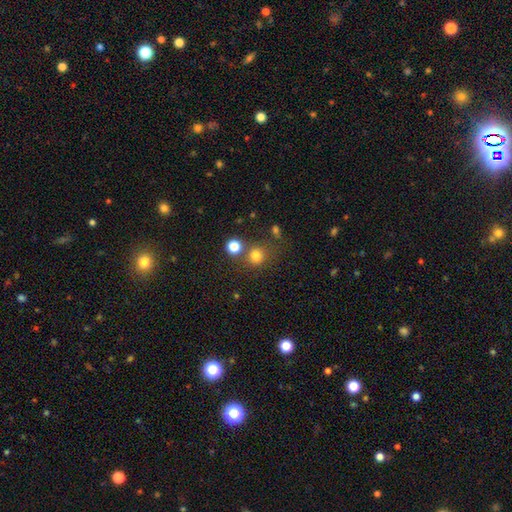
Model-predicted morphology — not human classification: Smooth or featured?
  - smooth: 78% *
  - star or artifact: 16%
  - featured or disk: 7%
How rounded?
  - round: 88% *
  - in between: 11%
  - cigar-shaped: 1%
Merging?
  - none: 68% *
  - merger: 18%
  - minor disturbance: 10%
  - major disturbance: 5%